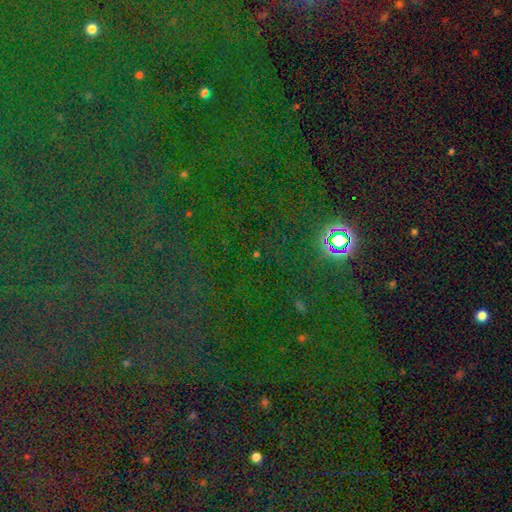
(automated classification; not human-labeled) A star or artifact, not a galaxy (77%).

Vote fractions:
- Smooth or featured? star or artifact: 77% / smooth: 16% / featured or disk: 7%